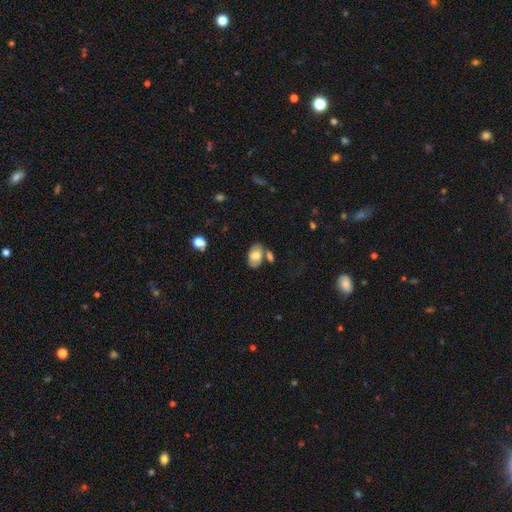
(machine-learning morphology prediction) smooth_or_featured: smooth (p=0.66) [alt: featured or disk p=0.26]
how_rounded: in between (p=0.91) [alt: round p=0.08]
merging: none (p=0.60) [alt: merger p=0.19]